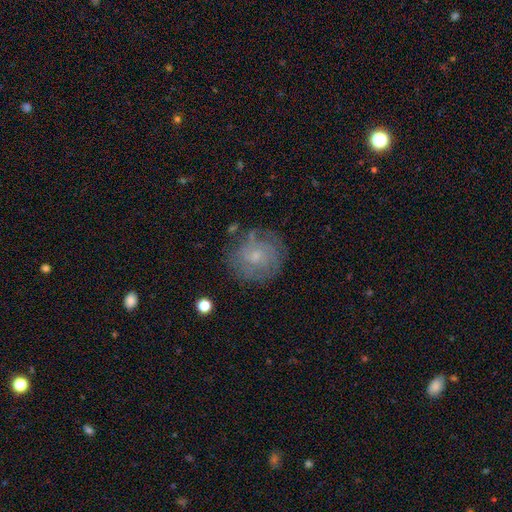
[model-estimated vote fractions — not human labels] A featured or disk galaxy (52%) with no bar (80%), spiral arms (69%) and a small central bulge (71%). Merging: none (71%).